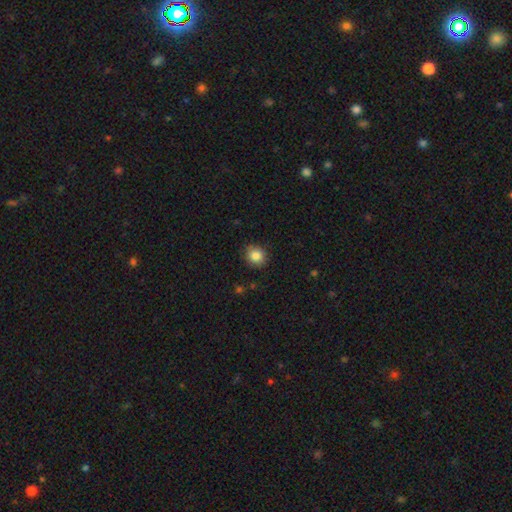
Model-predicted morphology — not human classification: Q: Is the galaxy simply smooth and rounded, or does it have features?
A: smooth — 84%.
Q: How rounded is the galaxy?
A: round — 85%.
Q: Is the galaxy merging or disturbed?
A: none — 88%.